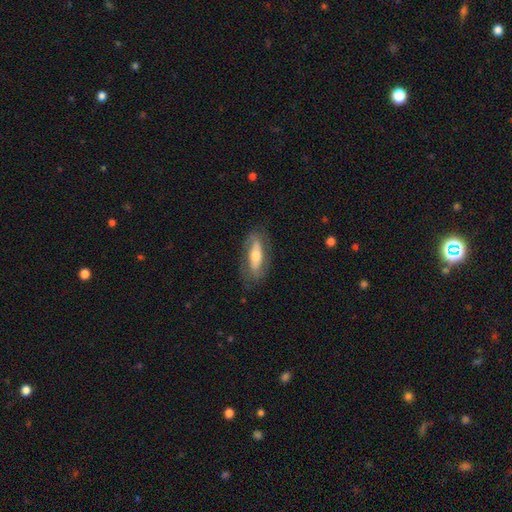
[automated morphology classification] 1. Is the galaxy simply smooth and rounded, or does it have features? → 57% featured or disk, 37% smooth, 6% star or artifact.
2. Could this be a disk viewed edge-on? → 75% no, 25% yes.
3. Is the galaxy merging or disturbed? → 75% none, 16% minor disturbance, 8% major disturbance, 1% merger.